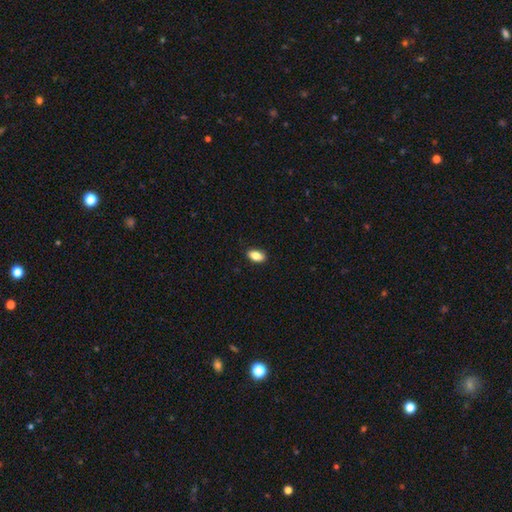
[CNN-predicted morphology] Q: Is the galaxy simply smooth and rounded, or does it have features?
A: smooth — 84%.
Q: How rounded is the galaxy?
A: in between — 89%.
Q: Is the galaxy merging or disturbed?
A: none — 89%.